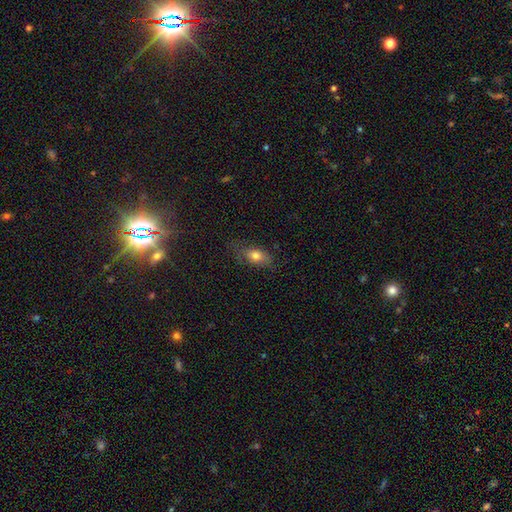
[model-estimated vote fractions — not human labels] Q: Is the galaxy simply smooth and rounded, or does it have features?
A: smooth — 76%.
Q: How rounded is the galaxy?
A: in between — 83%.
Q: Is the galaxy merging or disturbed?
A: none — 64%.